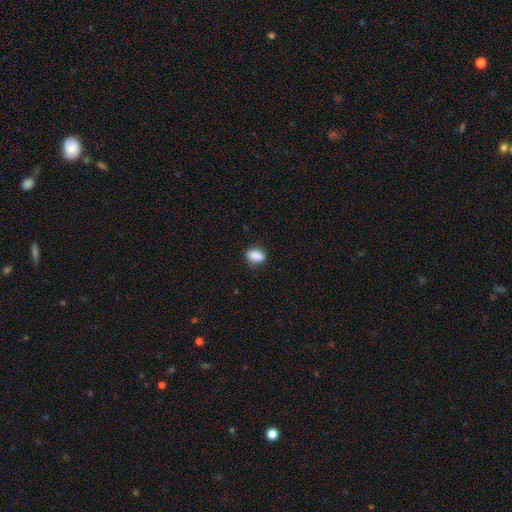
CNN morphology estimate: Overall: smooth (88%). How rounded: in between (84%). Merging: none (79%).